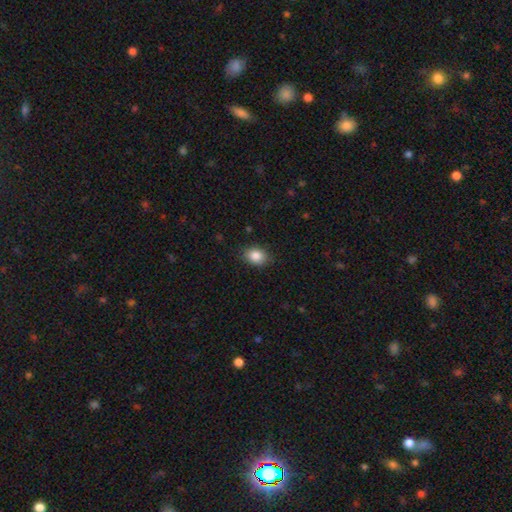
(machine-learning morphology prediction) Smooth or featured? smooth (87%)
How rounded? in between (66%)
Merging? none (84%)